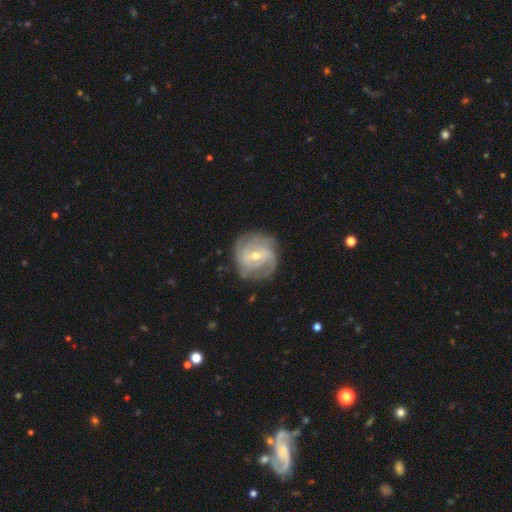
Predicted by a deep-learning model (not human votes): A featured or disk galaxy (83%) with a weak bar (50%), 2 (40%) tight (46%) spiral arms (93%) and a small central bulge (50%). Merging: none (76%).